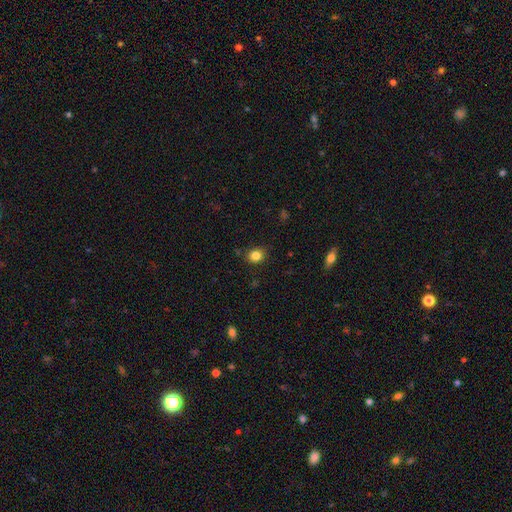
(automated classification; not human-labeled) A smooth galaxy with no disk features (83%) that is round (70%).

Vote fractions:
- Smooth or featured? smooth: 83% / star or artifact: 12% / featured or disk: 5%
- How rounded? round: 70% / in between: 29% / cigar-shaped: 1%
- Merging? none: 85% / minor disturbance: 11% / major disturbance: 2% / merger: 2%